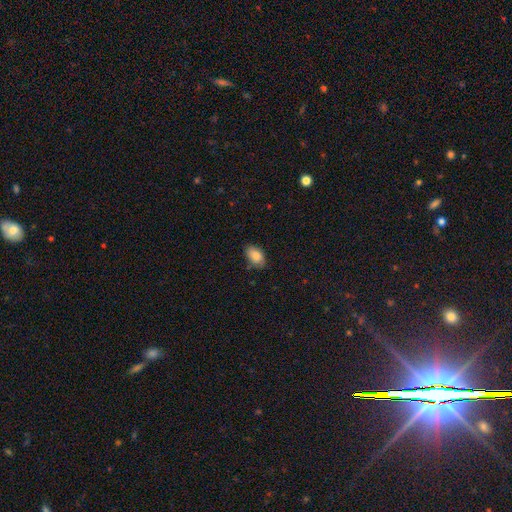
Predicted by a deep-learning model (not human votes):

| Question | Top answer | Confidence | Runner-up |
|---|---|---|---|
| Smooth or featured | smooth | 82% | featured or disk (11%) |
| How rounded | in between | 89% | round (9%) |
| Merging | none | 76% | minor disturbance (19%) |